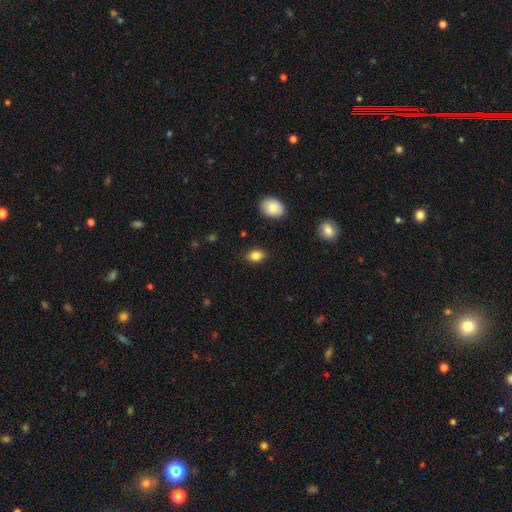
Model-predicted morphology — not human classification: Overall: smooth (85%). How rounded: in between (77%). Merging: none (87%).